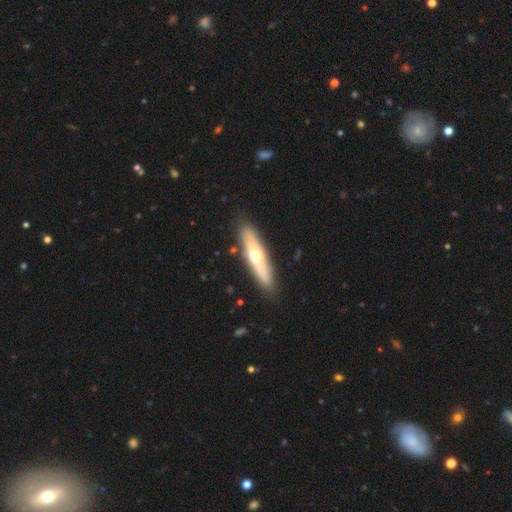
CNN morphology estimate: type=smooth (49%); merging=none (86%).